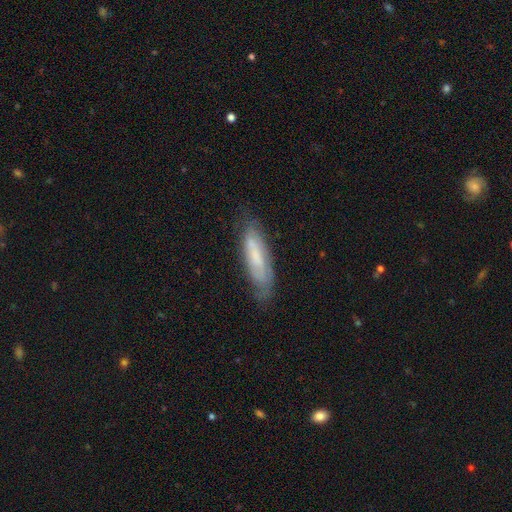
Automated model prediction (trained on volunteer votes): A featured or disk galaxy (48%). Merging: none (68%).